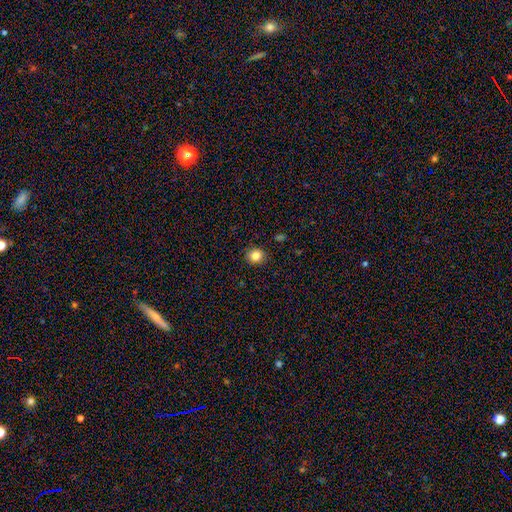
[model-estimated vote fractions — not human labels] Overall: smooth (83%). How rounded: round (82%). Merging: none (90%).